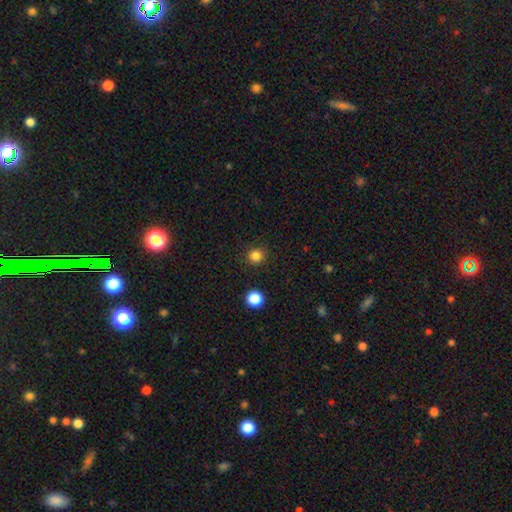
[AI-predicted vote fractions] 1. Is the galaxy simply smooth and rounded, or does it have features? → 83% smooth, 13% star or artifact, 3% featured or disk.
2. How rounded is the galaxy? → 93% round, 6% in between, 1% cigar-shaped.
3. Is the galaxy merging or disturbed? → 90% none, 6% minor disturbance, 2% major disturbance, 1% merger.